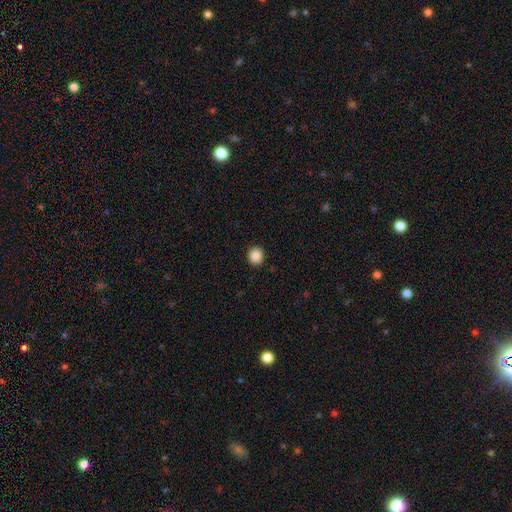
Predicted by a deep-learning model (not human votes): A smooth galaxy with no disk features (88%) that is round (87%).

Vote fractions:
- Smooth or featured? smooth: 88% / star or artifact: 9% / featured or disk: 3%
- How rounded? round: 87% / in between: 12% / cigar-shaped: 1%
- Merging? none: 92% / minor disturbance: 5% / major disturbance: 2% / merger: 1%